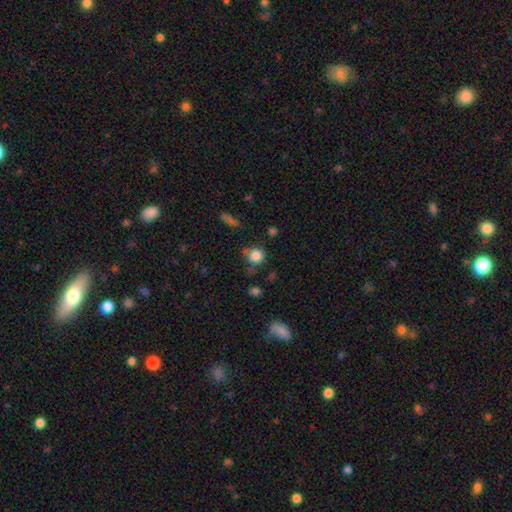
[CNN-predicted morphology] This appears to be a smooth galaxy with no disk features (83%) that is round (87%). Merging: none (67%).